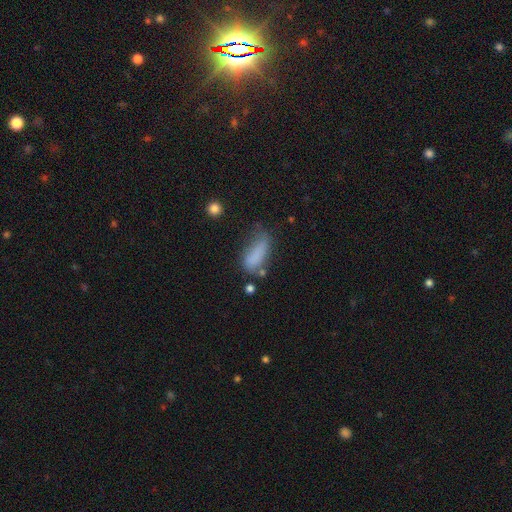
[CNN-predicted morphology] A smooth galaxy with no disk features (77%) that is in between round and cigar-shaped (72%). Merging: none (37%).